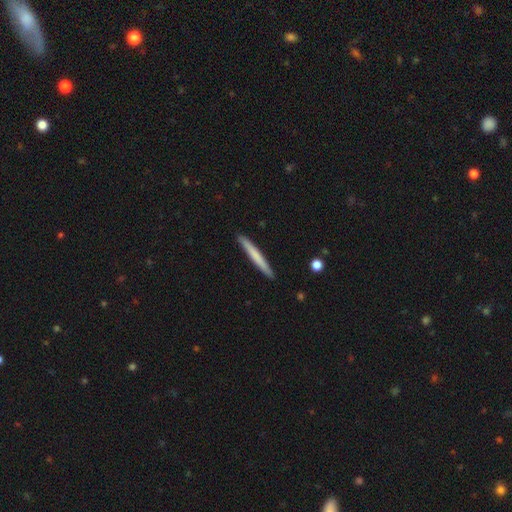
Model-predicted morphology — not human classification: Q: Smooth or featured?
A: smooth (66%); runner-up: featured or disk (29%)
Q: How rounded?
A: cigar-shaped (97%); runner-up: in between (2%)
Q: Merging?
A: none (91%); runner-up: minor disturbance (6%)